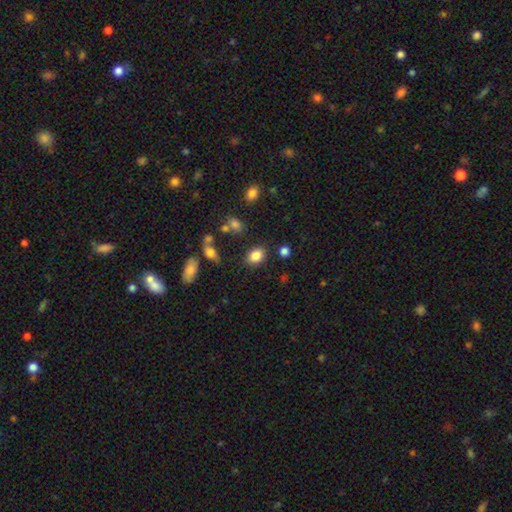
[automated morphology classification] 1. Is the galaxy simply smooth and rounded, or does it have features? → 84% smooth, 10% star or artifact, 6% featured or disk.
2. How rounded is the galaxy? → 71% in between, 28% round, 1% cigar-shaped.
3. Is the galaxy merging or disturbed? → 82% none, 11% minor disturbance, 4% merger, 3% major disturbance.